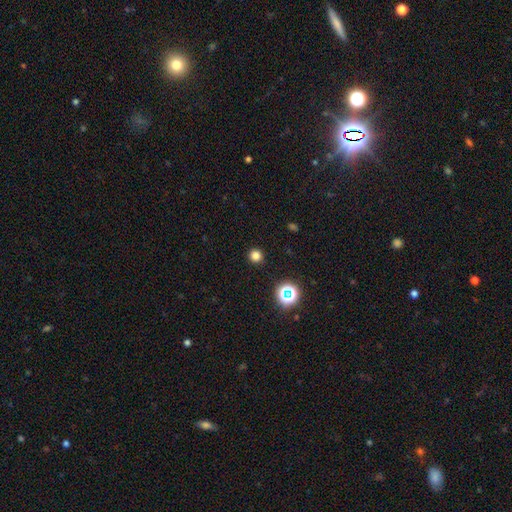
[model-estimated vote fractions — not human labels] A smooth galaxy with no disk features (77%) that is round (94%).

Vote fractions:
- Smooth or featured? smooth: 77% / star or artifact: 19% / featured or disk: 5%
- How rounded? round: 94% / in between: 5% / cigar-shaped: 1%
- Merging? none: 92% / minor disturbance: 5% / major disturbance: 2% / merger: 1%